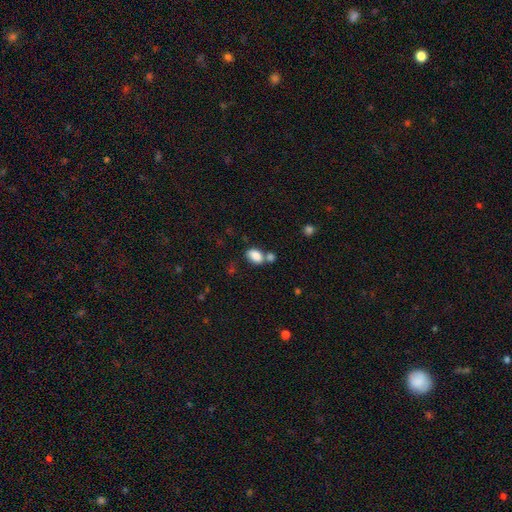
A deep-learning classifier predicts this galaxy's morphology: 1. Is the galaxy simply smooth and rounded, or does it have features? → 85% smooth, 9% star or artifact, 7% featured or disk.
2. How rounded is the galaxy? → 85% in between, 14% round, 1% cigar-shaped.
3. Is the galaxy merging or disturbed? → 45% none, 37% merger, 13% minor disturbance, 5% major disturbance.